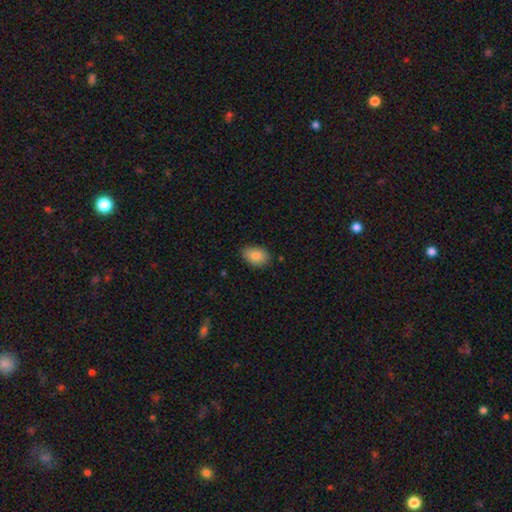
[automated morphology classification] The model was most divided on "merging": none: 80%, minor disturbance: 16%, major disturbance: 3%, merger: 1%. More confident: smooth or featured — smooth (84%); how rounded — in between (84%).